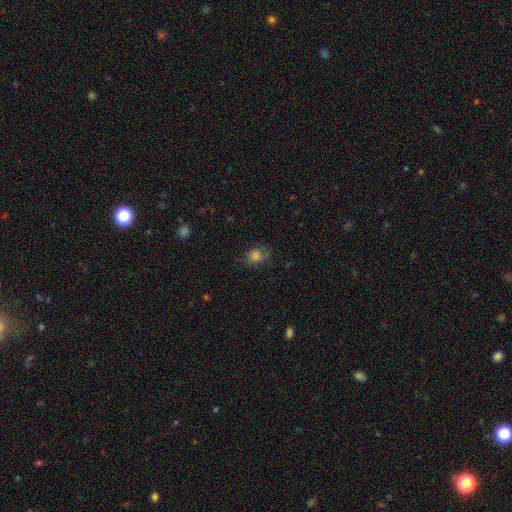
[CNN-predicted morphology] This is likely a smooth galaxy (77%). How rounded: possibly round (54%). Merging: likely none (71%).